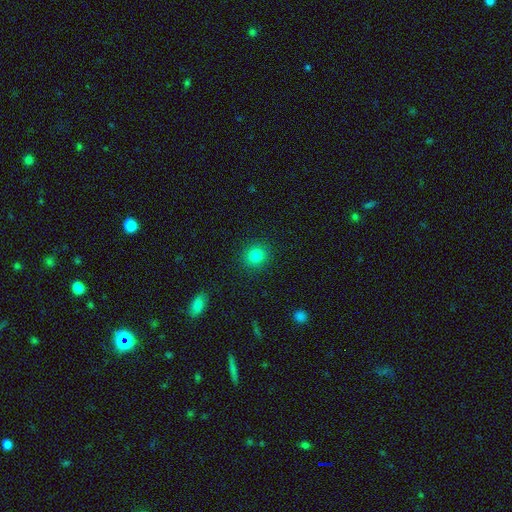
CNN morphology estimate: Smooth or featured? smooth (82%)
How rounded? round (89%)
Merging? none (91%)